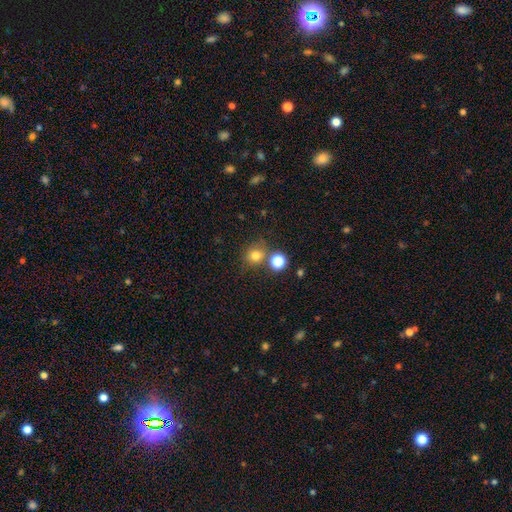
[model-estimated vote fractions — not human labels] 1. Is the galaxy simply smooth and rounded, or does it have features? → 76% smooth, 16% star or artifact, 8% featured or disk.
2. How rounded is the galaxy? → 79% round, 20% in between, 1% cigar-shaped.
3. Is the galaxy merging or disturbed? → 66% none, 17% merger, 13% minor disturbance, 5% major disturbance.